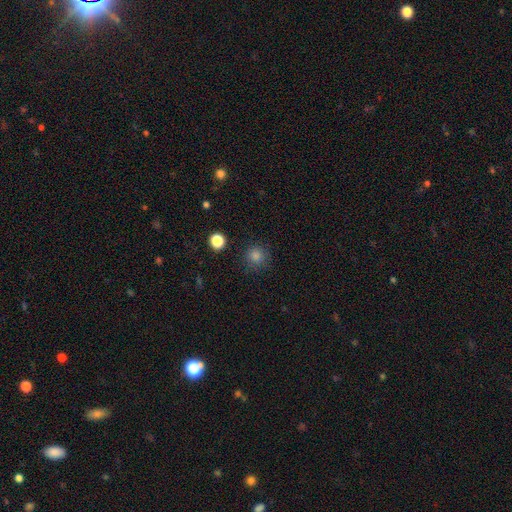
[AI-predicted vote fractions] This is clearly a smooth galaxy (80%). How rounded: clearly round (94%). Merging: clearly none (88%).